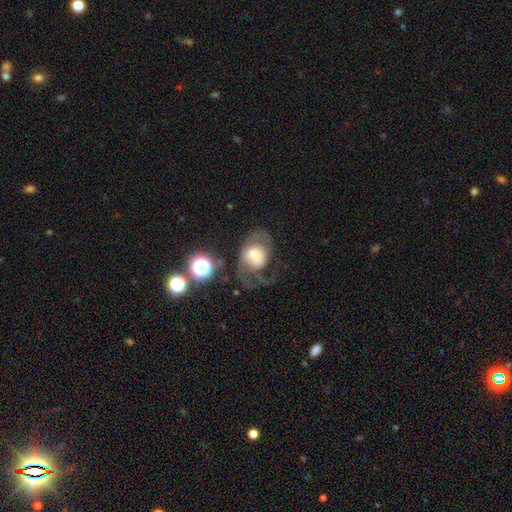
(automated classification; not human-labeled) Q: Smooth or featured?
A: featured or disk (58%); runner-up: smooth (32%)
Q: Edge-on disk?
A: no (97%); runner-up: yes (3%)
Q: Bar?
A: no (65%); runner-up: weak (28%)
Q: Spiral arms?
A: yes (77%); runner-up: no (23%)
Q: Bulge size?
A: moderate (33%); runner-up: large (28%)
Q: Merging?
A: major disturbance (48%); runner-up: none (28%)